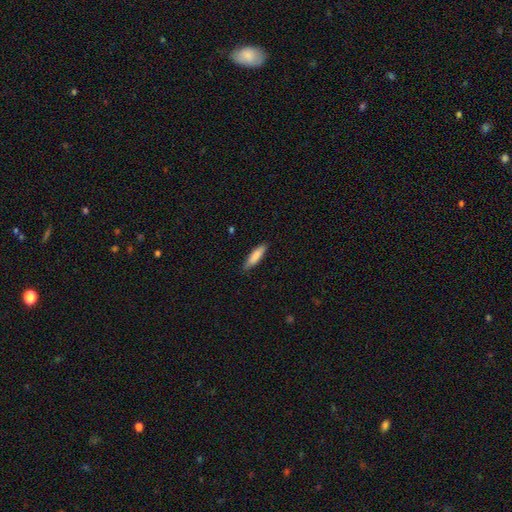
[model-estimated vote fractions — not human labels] smooth-or-featured: smooth: 83% | featured or disk: 11% | star or artifact: 5%
  how-rounded: cigar-shaped: 73% | in between: 26% | round: 1%
  merging: none: 85% | minor disturbance: 12% | major disturbance: 2% | merger: 1%